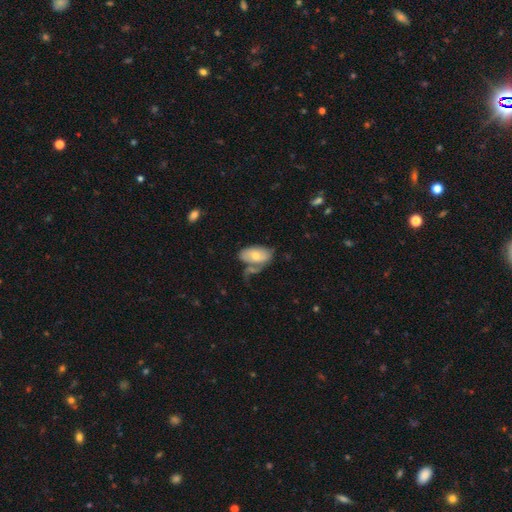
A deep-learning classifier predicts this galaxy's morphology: Smooth or featured? smooth (65%)
How rounded? in between (92%)
Merging? none (37%)